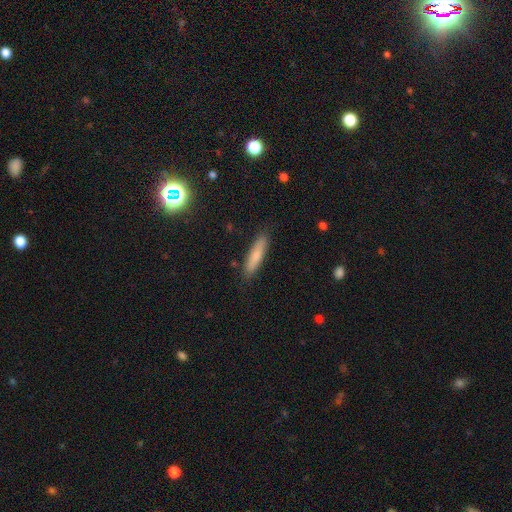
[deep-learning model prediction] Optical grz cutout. It shows a smooth galaxy with no disk features (76%) that is cigar-shaped (80%). Merging: none (87%).